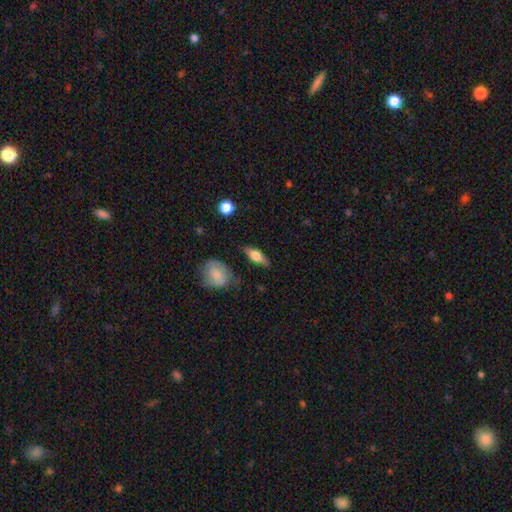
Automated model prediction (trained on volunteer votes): smooth_or_featured: smooth (p=0.56) [alt: featured or disk p=0.37]
how_rounded: in between (p=0.66) [alt: cigar-shaped p=0.28]
merging: none (p=0.80) [alt: minor disturbance p=0.14]